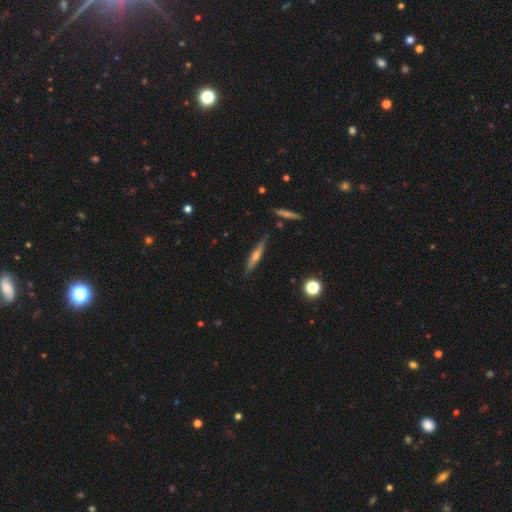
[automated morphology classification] This appears to be a featured or disk galaxy (53%) viewed edge-on (94%) with a rounded central bulge (74%). Merging: none (86%).